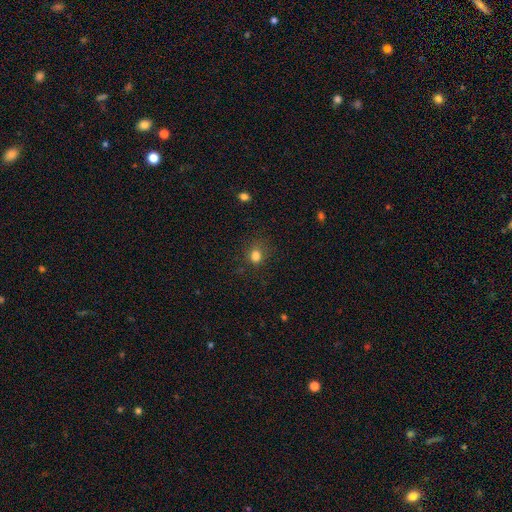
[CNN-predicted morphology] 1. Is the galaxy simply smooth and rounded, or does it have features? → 81% smooth, 14% star or artifact, 5% featured or disk.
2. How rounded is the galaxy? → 66% round, 33% in between, 1% cigar-shaped.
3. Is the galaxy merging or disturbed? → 73% none, 17% minor disturbance, 8% major disturbance, 2% merger.